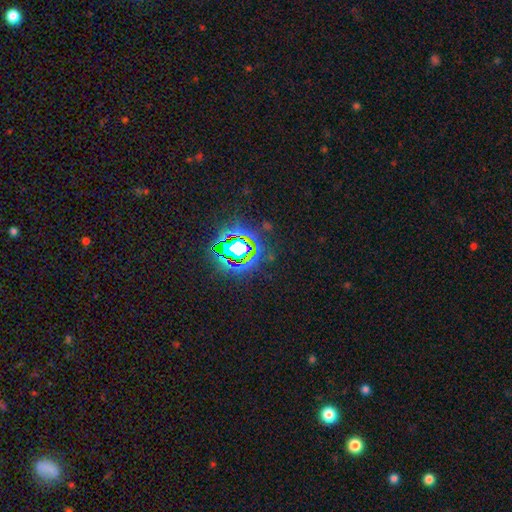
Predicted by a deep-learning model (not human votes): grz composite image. It shows a star or artifact, not a galaxy (81%).